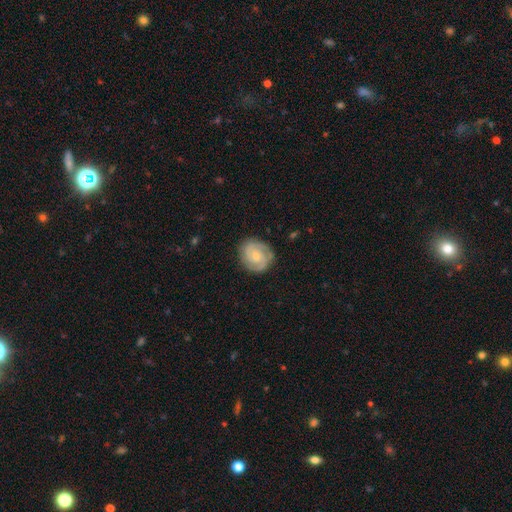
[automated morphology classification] A featured or disk galaxy (80%) with no bar (61%), 2 (68%) tight (64%) spiral arms (96%) and a small central bulge (64%).

Vote fractions:
- Smooth or featured? featured or disk: 80% / smooth: 14% / star or artifact: 5%
- Edge-on disk? no: 98% / yes: 2%
- Bar? no: 61% / weak: 33% / strong: 6%
- Spiral arms? yes: 96% / no: 4%
- Spiral winding? tight: 64% / medium: 30% / loose: 5%
- Spiral arm count? 2: 68% / 3: 15% / can't tell: 10% / 1: 3% / 4: 2% / more than 4: 2%
- Bulge size? small: 64% / moderate: 28% / none: 5% / large: 2% / dominant: 1%
- Merging? none: 82% / minor disturbance: 13% / major disturbance: 4% / merger: 1%